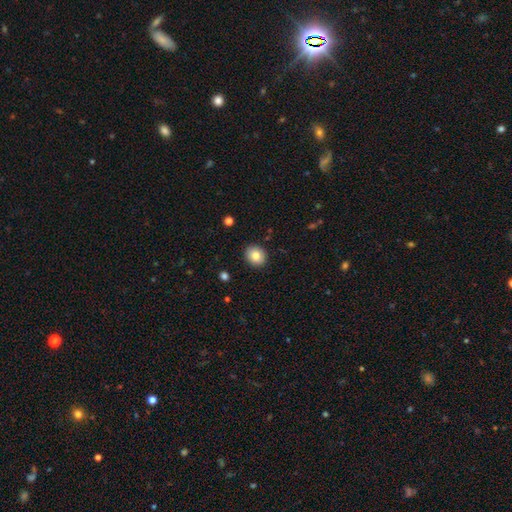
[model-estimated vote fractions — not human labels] A smooth galaxy with no disk features (83%) that is round (70%). Merging: none (90%).